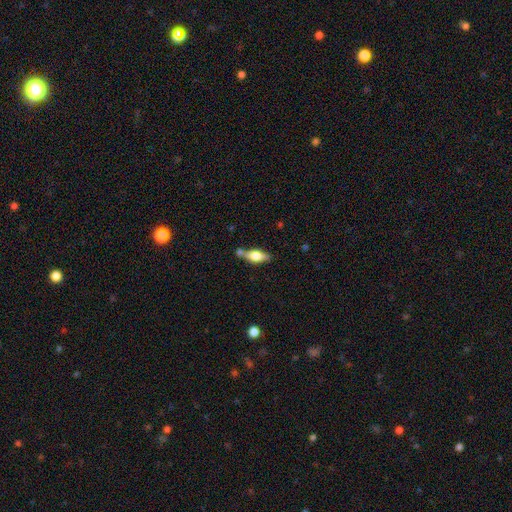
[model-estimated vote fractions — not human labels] Morphology: type=smooth (53%); roundness=in between (67%); merging=none (64%).